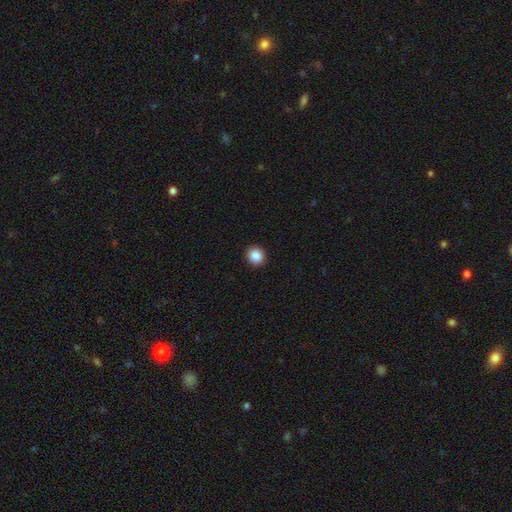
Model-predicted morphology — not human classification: The model was most divided on "how rounded": round: 84%, in between: 15%, cigar-shaped: 1%. More confident: merging — none (93%); smooth or featured — smooth (88%).